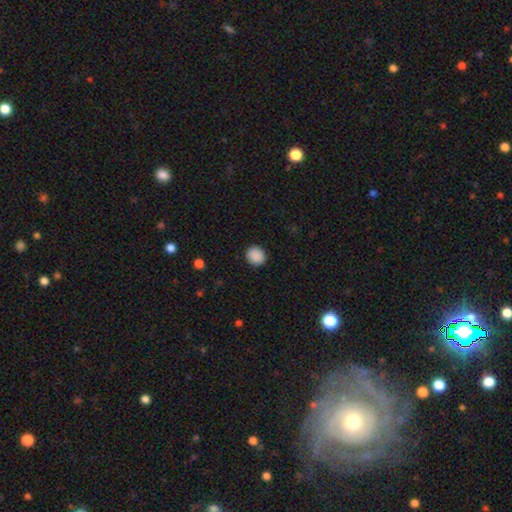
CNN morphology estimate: Smooth or featured? Predicted: smooth (p=0.90). How rounded? Predicted: round (p=0.82). Merging? Predicted: none (p=0.91).